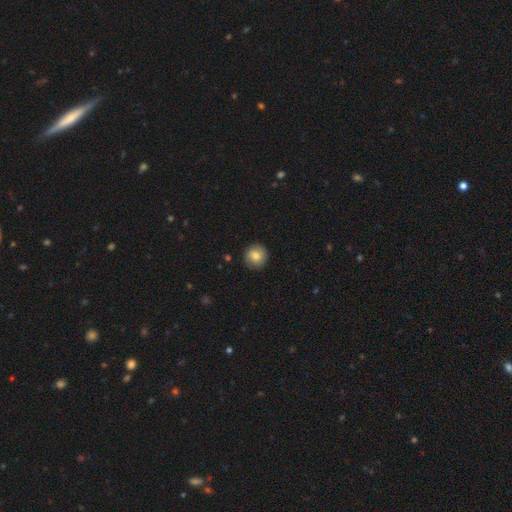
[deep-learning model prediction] Smooth or featured? smooth (74%)
How rounded? round (93%)
Merging? none (87%)